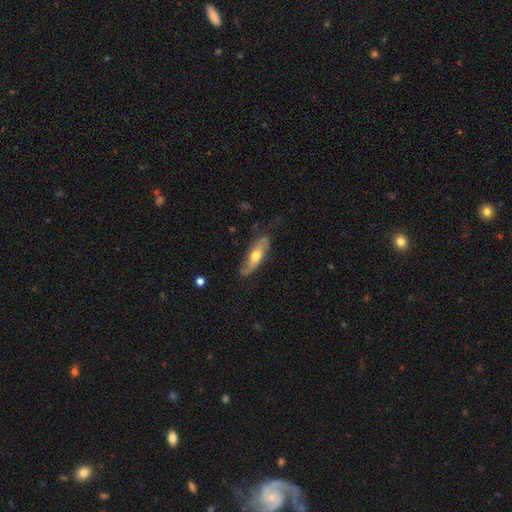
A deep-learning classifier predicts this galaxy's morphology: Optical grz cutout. It shows a featured or disk galaxy (49%). Merging: none (69%).